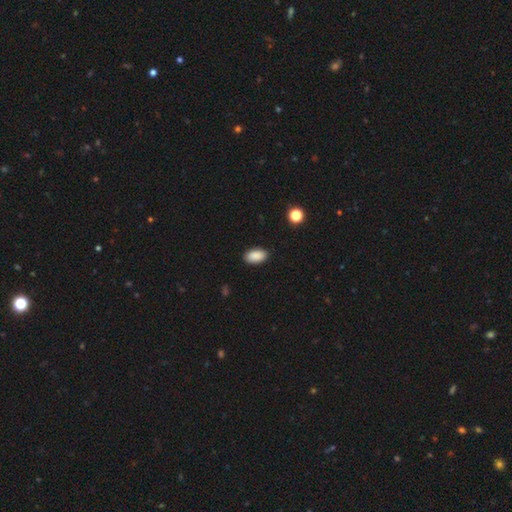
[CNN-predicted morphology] Smooth or featured: smooth — 89% (star or artifact — 8%)
How rounded: in between — 93% (round — 5%)
Merging: none — 89% (minor disturbance — 8%)